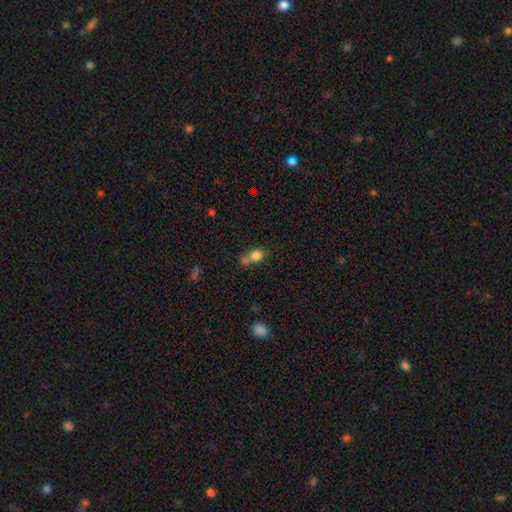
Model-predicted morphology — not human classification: Smooth or featured? Predicted: smooth (p=0.79). How rounded? Predicted: round (p=0.63). Merging? Predicted: merger (p=0.43).